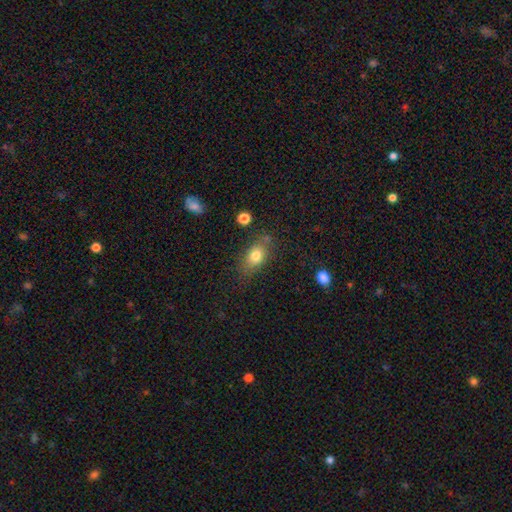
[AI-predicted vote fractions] Smooth or featured? smooth (78%)
How rounded? in between (74%)
Merging? none (71%)